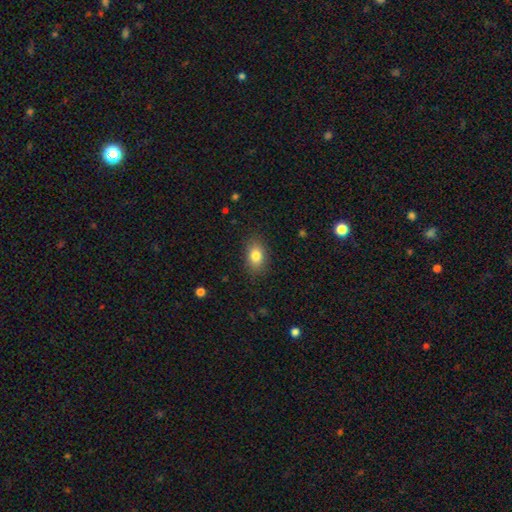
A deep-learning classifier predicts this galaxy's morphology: Q: Smooth or featured?
A: smooth (82%); runner-up: star or artifact (9%)
Q: How rounded?
A: in between (80%); runner-up: round (18%)
Q: Merging?
A: none (86%); runner-up: minor disturbance (10%)